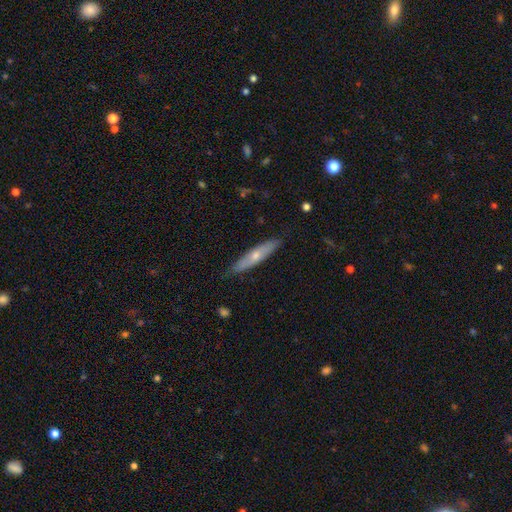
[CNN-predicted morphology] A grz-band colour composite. It shows a smooth galaxy with no disk features (51%) that is cigar-shaped (83%). Merging: none (83%).